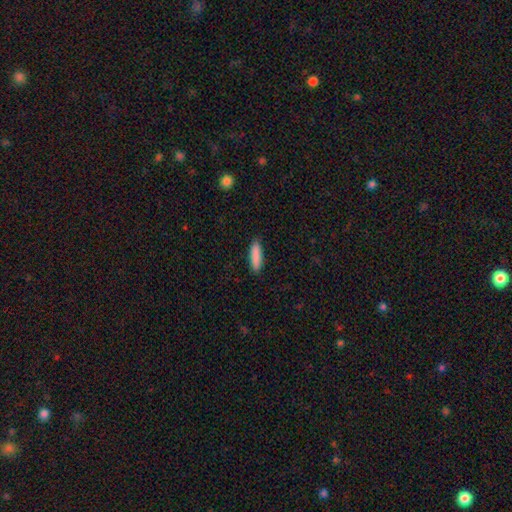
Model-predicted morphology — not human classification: Smooth or featured? Predicted: smooth (p=0.88). How rounded? Predicted: cigar-shaped (p=0.66). Merging? Predicted: none (p=0.89).